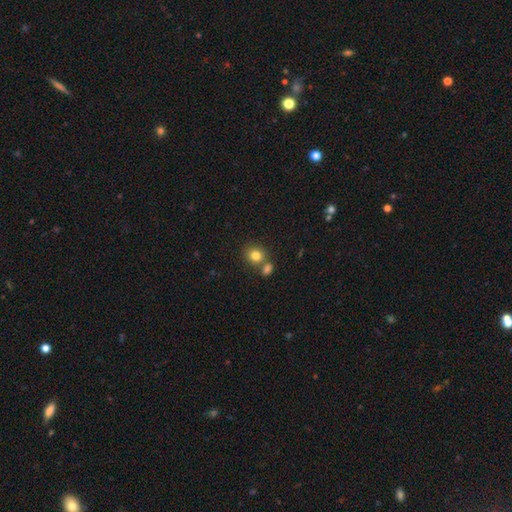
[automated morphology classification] Overall: smooth (81%). How rounded: round (75%). Merging: none (60%; merger 27%).